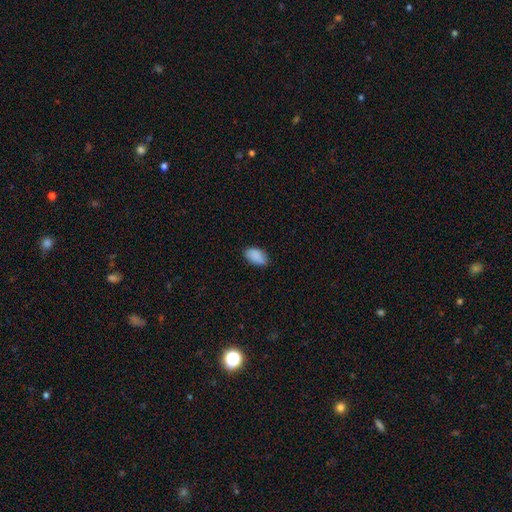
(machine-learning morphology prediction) Smooth or featured? smooth (88%)
How rounded? in between (93%)
Merging? none (79%)